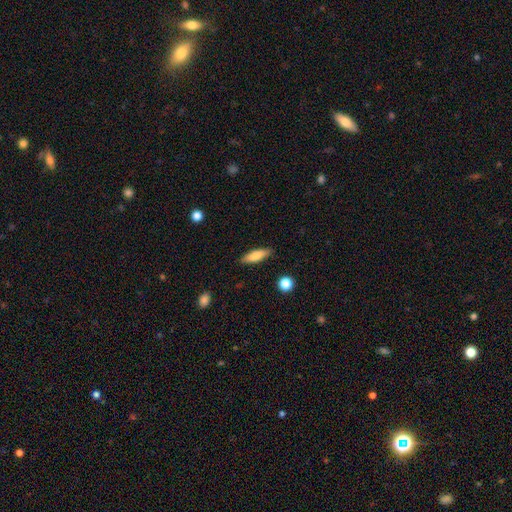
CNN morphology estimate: This is likely a smooth galaxy (73%). How rounded: possibly cigar-shaped (59%). Merging: clearly none (87%).